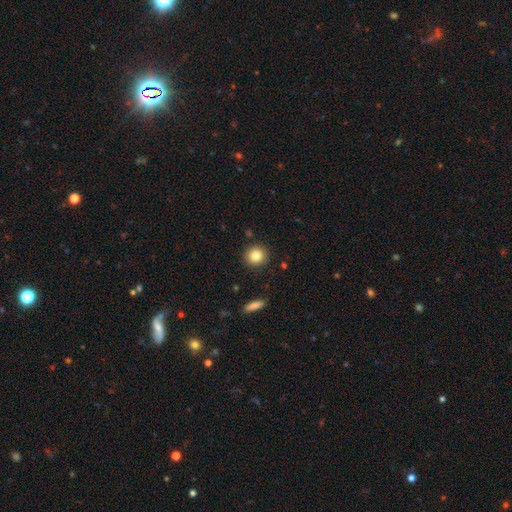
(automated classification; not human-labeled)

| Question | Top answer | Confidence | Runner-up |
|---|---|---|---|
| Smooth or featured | smooth | 85% | star or artifact (9%) |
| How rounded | round | 90% | in between (9%) |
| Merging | none | 90% | minor disturbance (7%) |